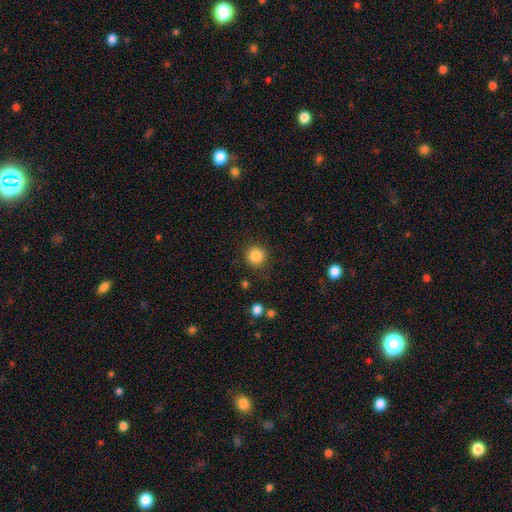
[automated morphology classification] This is clearly a smooth galaxy (85%). How rounded: clearly round (94%). Merging: clearly none (88%).